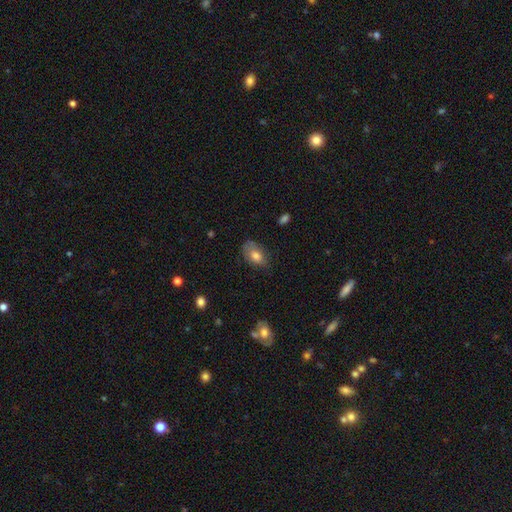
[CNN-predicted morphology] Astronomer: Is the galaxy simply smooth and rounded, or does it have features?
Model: smooth — 76%.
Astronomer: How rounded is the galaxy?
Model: in between — 88%.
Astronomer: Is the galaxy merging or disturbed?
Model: none — 62%.